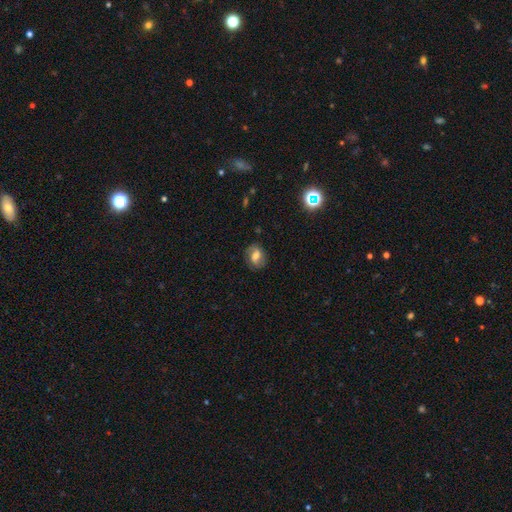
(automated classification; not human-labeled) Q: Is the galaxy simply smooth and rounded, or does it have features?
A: smooth — 45%.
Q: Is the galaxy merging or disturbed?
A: none — 75%.